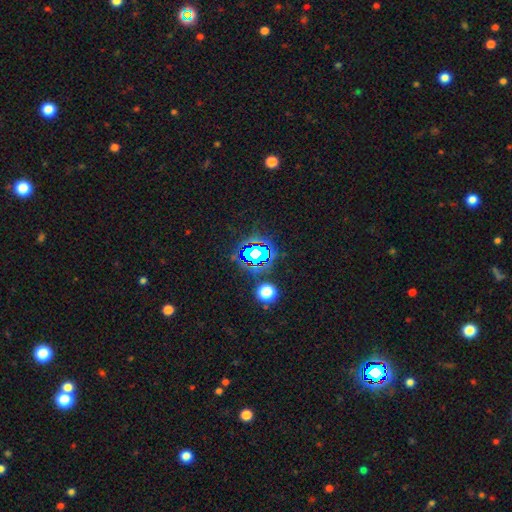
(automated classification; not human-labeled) Q: Smooth or featured?
A: star or artifact (77%); runner-up: smooth (16%)